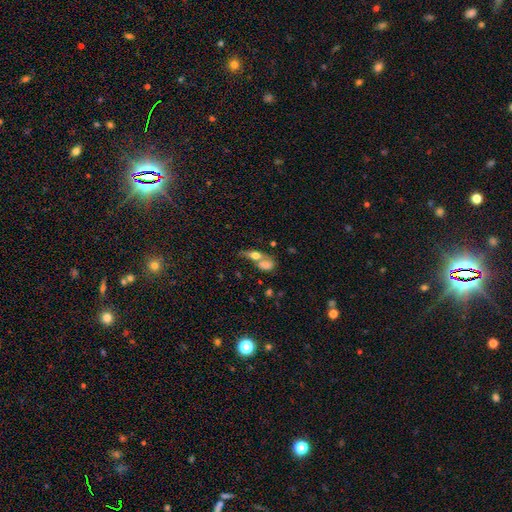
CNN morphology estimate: smooth_or_featured: smooth (p=0.60) [alt: featured or disk p=0.30]
how_rounded: in between (p=0.64) [alt: cigar-shaped p=0.22]
merging: merger (p=0.56) [alt: none p=0.26]